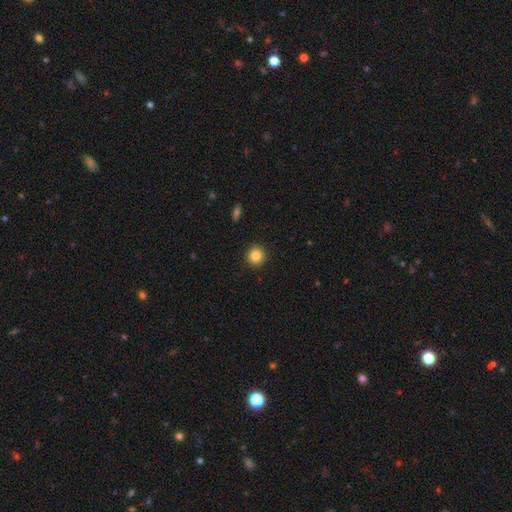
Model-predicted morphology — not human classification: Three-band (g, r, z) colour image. It shows a smooth galaxy with no disk features (84%) that is round (92%). Merging: none (92%).